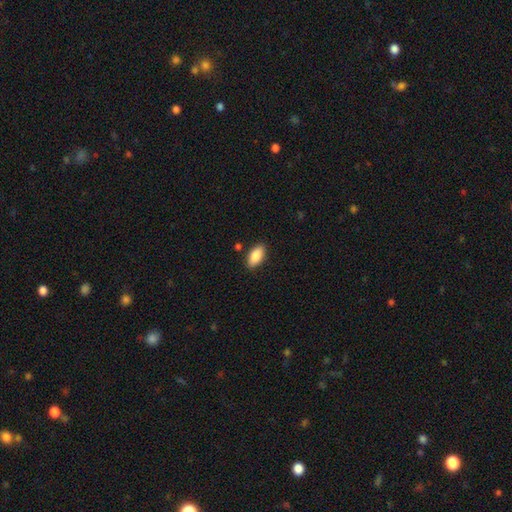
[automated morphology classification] A smooth galaxy with no disk features (88%) that is in between round and cigar-shaped (91%).

Vote fractions:
- Smooth or featured? smooth: 88% / star or artifact: 7% / featured or disk: 6%
- How rounded? in between: 91% / cigar-shaped: 6% / round: 3%
- Merging? none: 87% / minor disturbance: 9% / major disturbance: 2% / merger: 2%